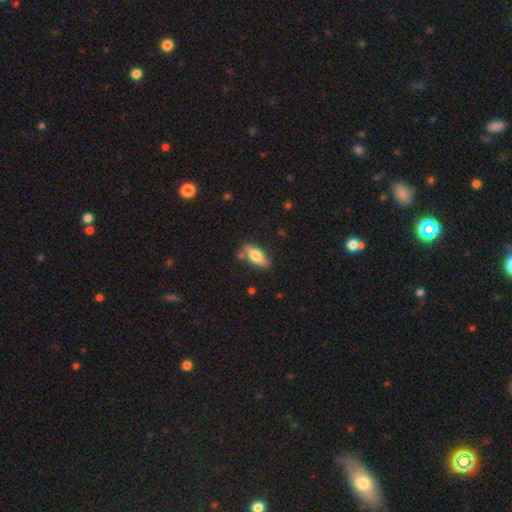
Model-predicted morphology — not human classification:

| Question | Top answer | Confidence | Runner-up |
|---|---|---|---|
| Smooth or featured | smooth | 74% | featured or disk (19%) |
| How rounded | in between | 80% | cigar-shaped (17%) |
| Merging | none | 74% | minor disturbance (17%) |